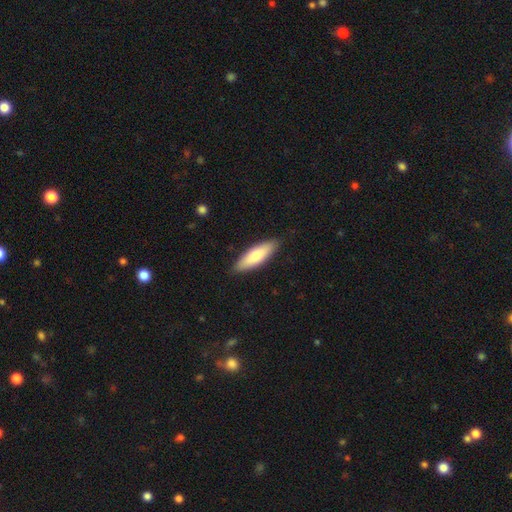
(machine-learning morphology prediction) type=smooth (75%); roundness=in between (51%); merging=none (87%).